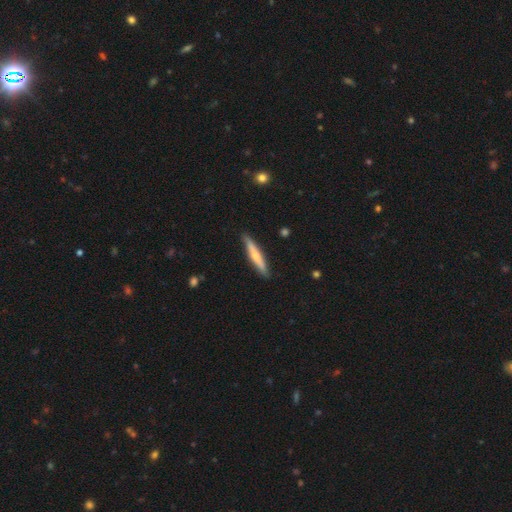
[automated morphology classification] Q: Smooth or featured?
A: smooth (55%); runner-up: featured or disk (39%)
Q: How rounded?
A: cigar-shaped (91%); runner-up: in between (7%)
Q: Merging?
A: none (88%); runner-up: minor disturbance (9%)